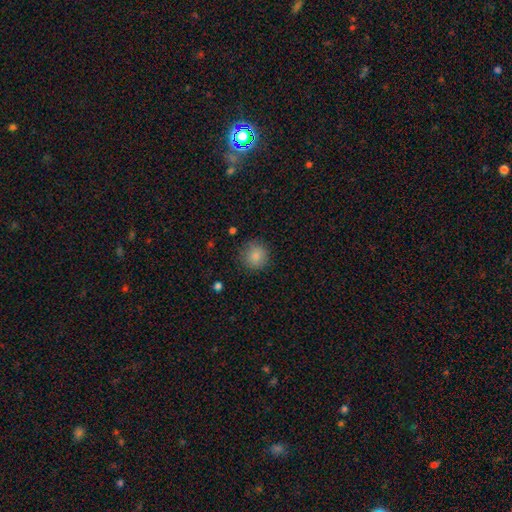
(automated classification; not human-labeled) smooth-or-featured: smooth: 86% | star or artifact: 10% | featured or disk: 5%
  how-rounded: round: 92% | in between: 7% | cigar-shaped: 1%
  merging: none: 85% | minor disturbance: 10% | major disturbance: 3% | merger: 1%